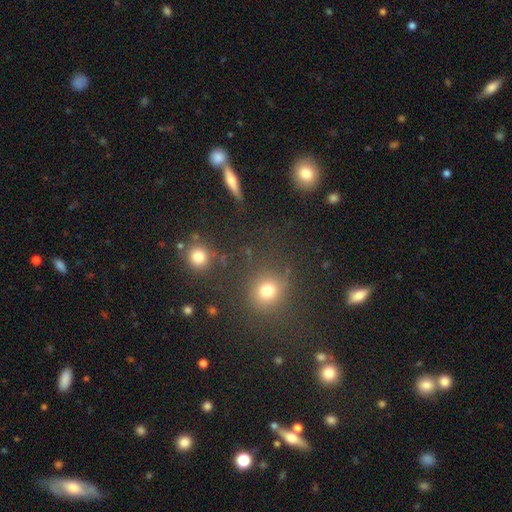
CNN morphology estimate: A smooth galaxy with no disk features (53%) that is round (87%). Merging: none (84%).